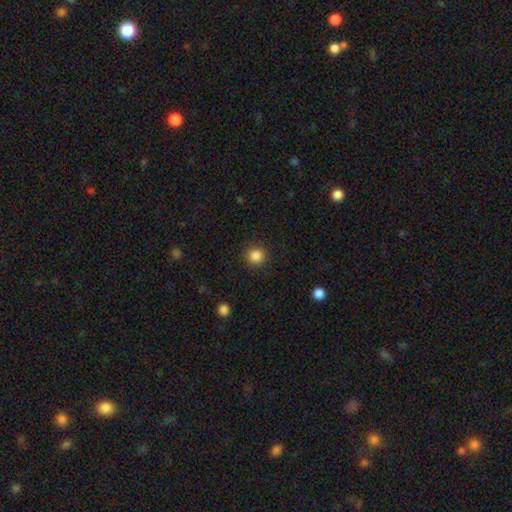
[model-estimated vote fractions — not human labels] This is clearly a smooth galaxy (86%). How rounded: clearly round (93%). Merging: clearly none (90%).